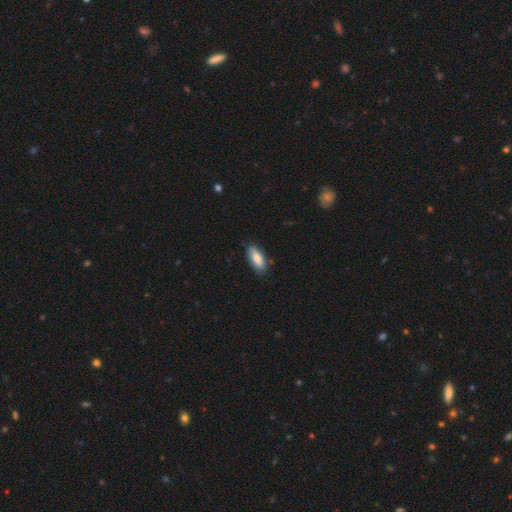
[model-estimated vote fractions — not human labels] The model was most divided on "how rounded": in between: 81%, cigar-shaped: 17%, round: 2%. More confident: smooth or featured — smooth (85%); merging — none (82%).